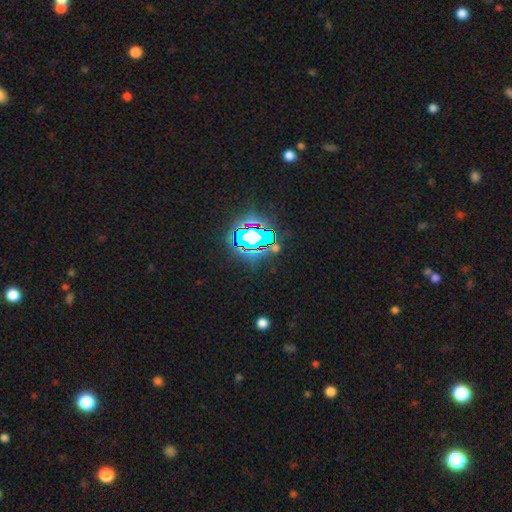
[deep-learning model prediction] A star or artifact, not a galaxy (83%).

Vote fractions:
- Smooth or featured? star or artifact: 83% / smooth: 11% / featured or disk: 7%